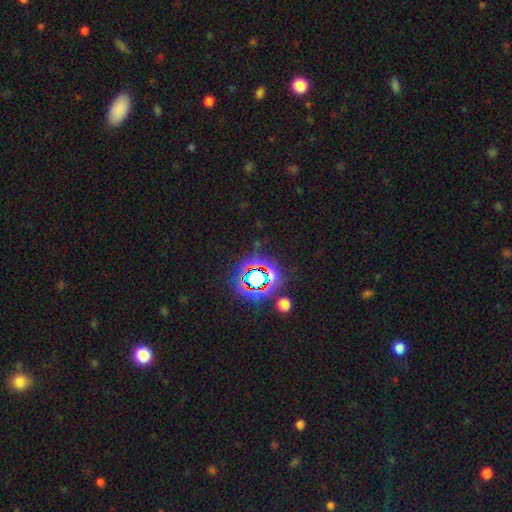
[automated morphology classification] Smooth or featured? star or artifact (78%)